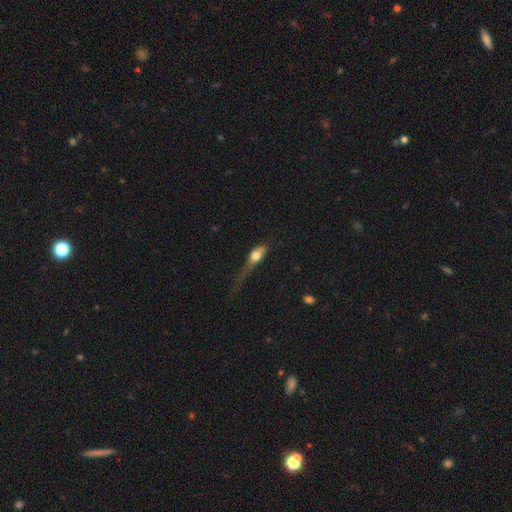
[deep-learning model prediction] This appears to be a smooth galaxy with no disk features (67%) that is in between round and cigar-shaped (63%). Merging: major disturbance (47%).